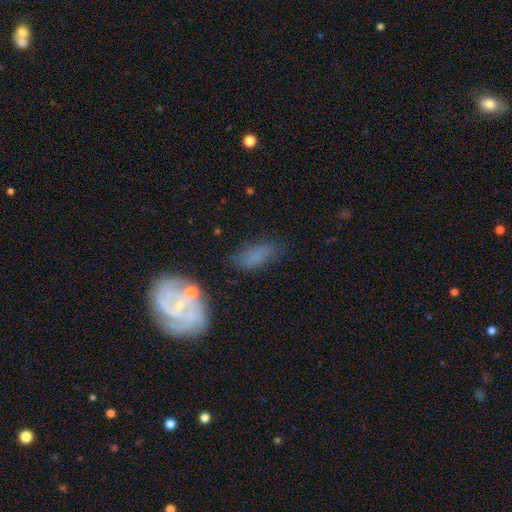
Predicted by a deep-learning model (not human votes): Q: Smooth or featured?
A: smooth (60%); runner-up: featured or disk (29%)
Q: How rounded?
A: in between (82%); runner-up: cigar-shaped (11%)
Q: Merging?
A: none (62%); runner-up: minor disturbance (22%)